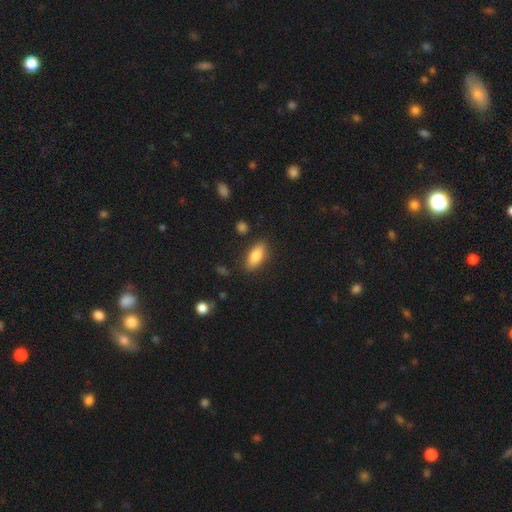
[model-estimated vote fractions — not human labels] smooth-or-featured: smooth: 80% | featured or disk: 13% | star or artifact: 7%
  how-rounded: in between: 79% | cigar-shaped: 18% | round: 3%
  merging: none: 85% | minor disturbance: 11% | major disturbance: 3% | merger: 2%